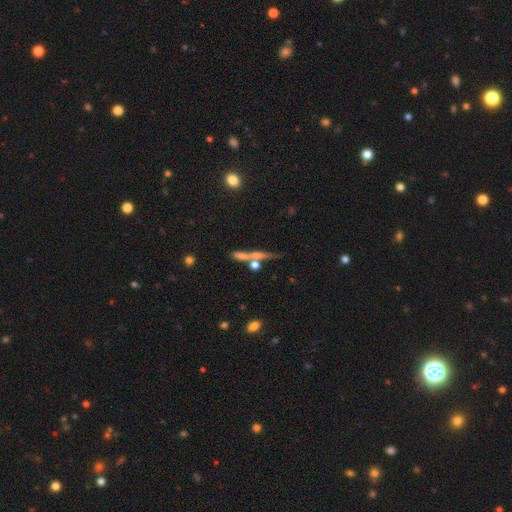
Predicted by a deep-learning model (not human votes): Smooth or featured? featured or disk (49%)
Merging? none (60%)